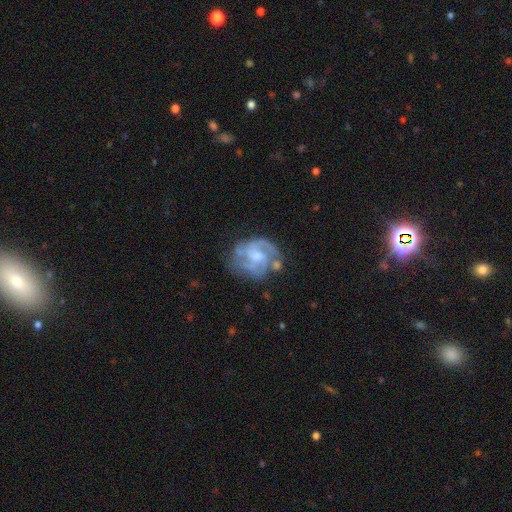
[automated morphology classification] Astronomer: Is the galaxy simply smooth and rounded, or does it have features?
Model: featured or disk — 81%.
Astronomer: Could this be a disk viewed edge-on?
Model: no — 98%.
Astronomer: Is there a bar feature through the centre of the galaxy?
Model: no — 57% (runner-up: weak, 36%).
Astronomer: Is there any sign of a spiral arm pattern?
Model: yes — 90%.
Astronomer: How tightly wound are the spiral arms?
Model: medium — 46% (runner-up: tight, 39%).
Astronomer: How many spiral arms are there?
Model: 2 — 39% (runner-up: 3, 27%).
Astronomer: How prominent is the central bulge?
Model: moderate — 49% (runner-up: small, 32%).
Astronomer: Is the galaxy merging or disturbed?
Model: none — 57%.